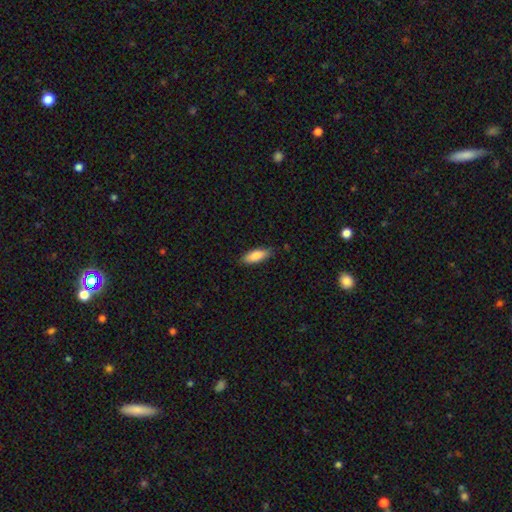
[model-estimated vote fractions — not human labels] smooth 86%, featured or disk 8%, star or artifact 6%. Down the decision tree: how rounded — in between (67%); merging — none (83%).